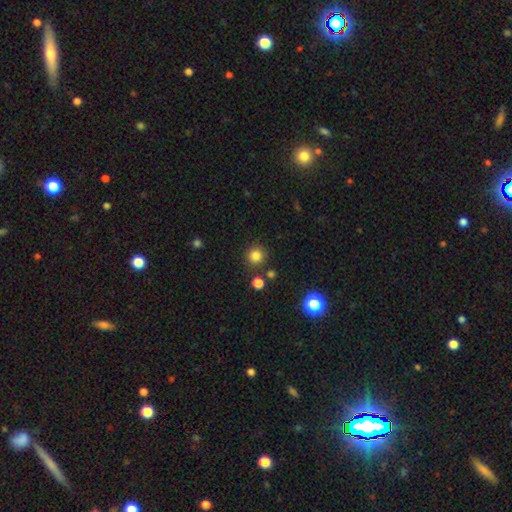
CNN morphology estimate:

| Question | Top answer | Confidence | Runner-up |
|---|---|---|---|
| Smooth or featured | smooth | 81% | star or artifact (14%) |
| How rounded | round | 94% | in between (6%) |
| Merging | none | 86% | minor disturbance (7%) |